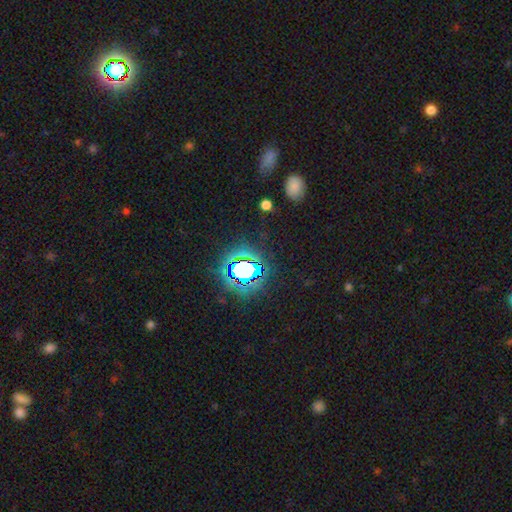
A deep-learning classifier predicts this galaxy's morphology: Smooth or featured? Predicted: star or artifact (p=0.79).